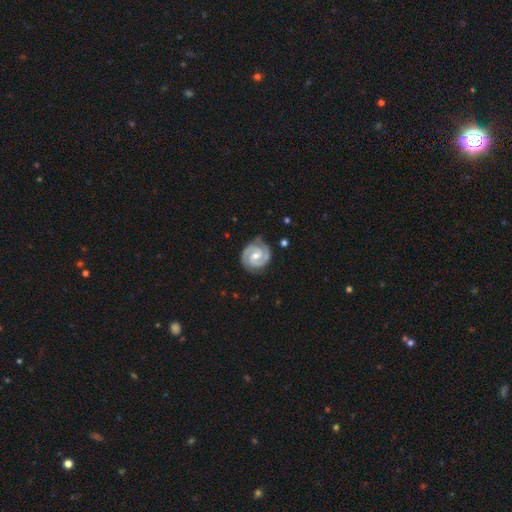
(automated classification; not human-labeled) Smooth or featured? featured or disk (90%)
Edge-on disk? no (98%)
Bar? weak (48%)
Spiral arms? yes (98%)
Spiral winding? tight (66%)
Spiral arm count? 2 (90%)
Bulge size? moderate (59%)
Merging? none (82%)